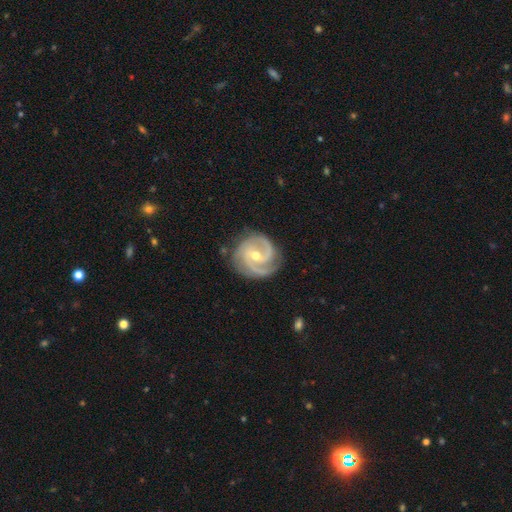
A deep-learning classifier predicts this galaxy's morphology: Smooth or featured? featured or disk (92%)
Edge-on disk? no (98%)
Bar? weak (42%)
Spiral arms? yes (98%)
Spiral winding? tight (52%)
Spiral arm count? 2 (61%)
Bulge size? moderate (52%)
Merging? none (78%)